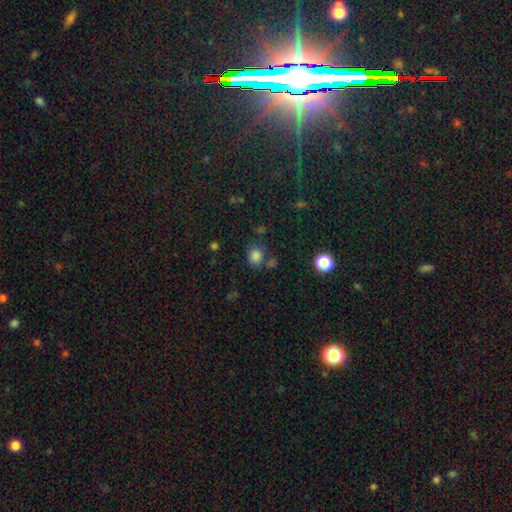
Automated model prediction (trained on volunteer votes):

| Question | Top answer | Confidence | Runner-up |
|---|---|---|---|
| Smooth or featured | smooth | 80% | star or artifact (15%) |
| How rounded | round | 75% | in between (24%) |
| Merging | none | 69% | minor disturbance (15%) |